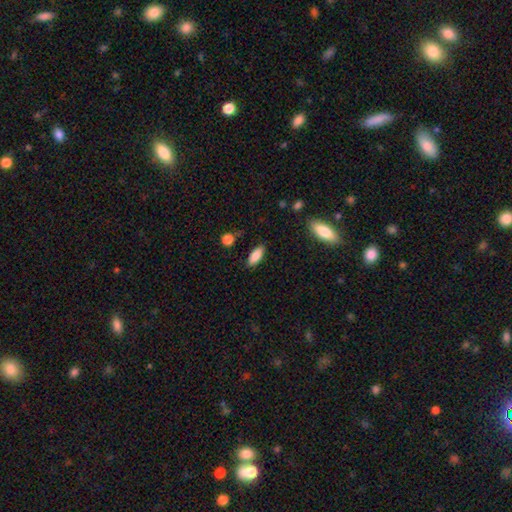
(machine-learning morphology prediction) smooth 85%, featured or disk 8%, star or artifact 7%. Down the decision tree: how rounded — in between (76%); merging — none (86%).